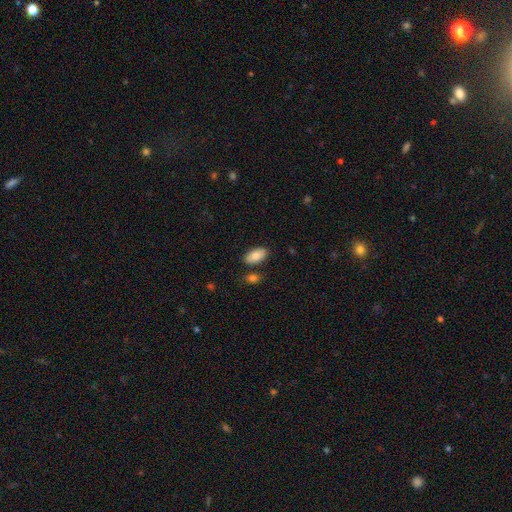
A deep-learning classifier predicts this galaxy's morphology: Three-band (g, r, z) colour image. It shows a smooth galaxy with no disk features (86%) that is in between round and cigar-shaped (95%). Merging: none (81%).